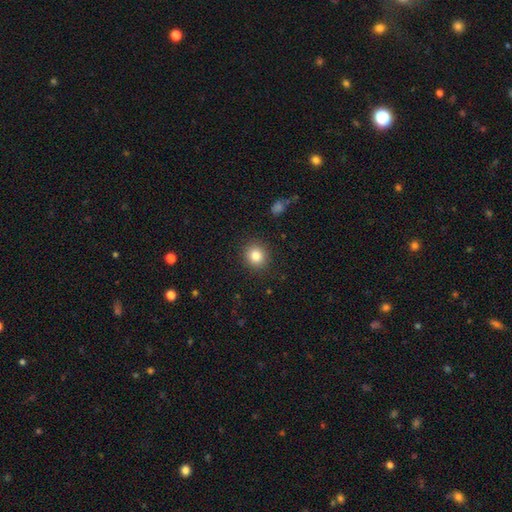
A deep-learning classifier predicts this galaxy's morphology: smooth_or_featured: smooth (p=0.83) [alt: star or artifact p=0.10]
how_rounded: round (p=0.86) [alt: in between p=0.13]
merging: none (p=0.90) [alt: minor disturbance p=0.07]